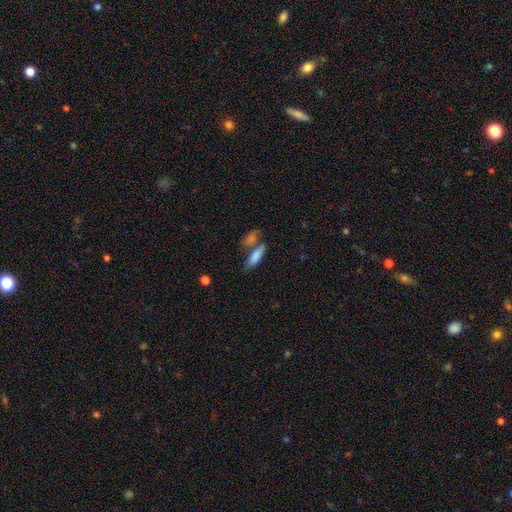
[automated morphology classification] Smooth or featured?
  - smooth: 80% *
  - featured or disk: 13%
  - star or artifact: 7%
How rounded?
  - in between: 53% *
  - cigar-shaped: 44%
  - round: 3%
Merging?
  - none: 47% *
  - merger: 35%
  - minor disturbance: 13%
  - major disturbance: 5%